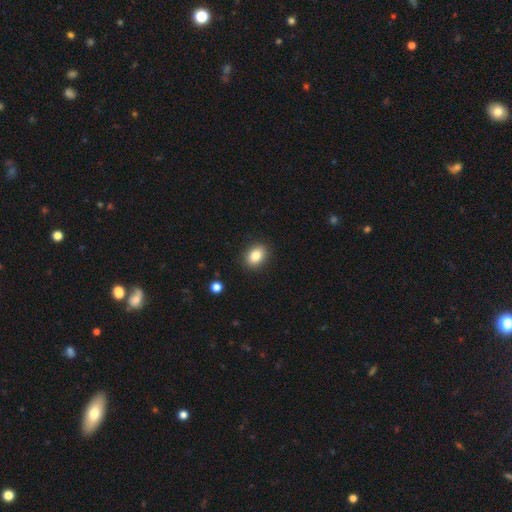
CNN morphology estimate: Smooth or featured: smooth — 83% (star or artifact — 9%)
How rounded: in between — 62% (round — 37%)
Merging: none — 89% (minor disturbance — 7%)